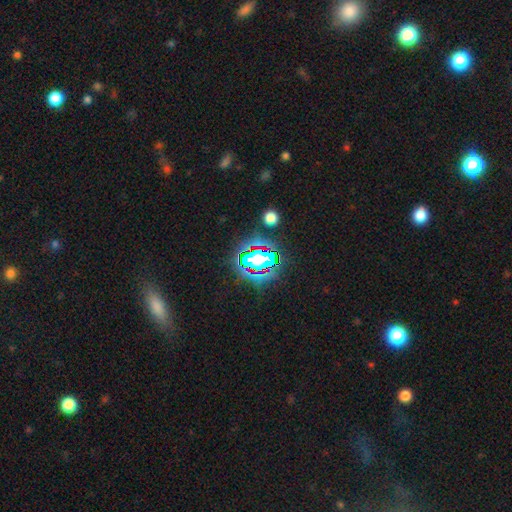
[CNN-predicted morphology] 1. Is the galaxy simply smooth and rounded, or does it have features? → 76% star or artifact, 15% smooth, 9% featured or disk.